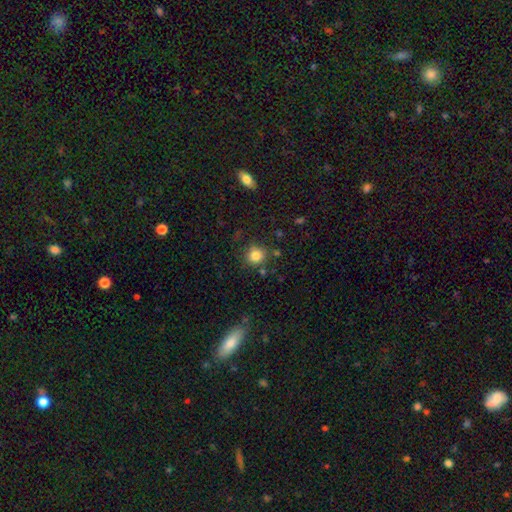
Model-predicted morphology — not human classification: This appears to be a smooth galaxy with no disk features (82%) that is round (89%). Merging: none (82%).